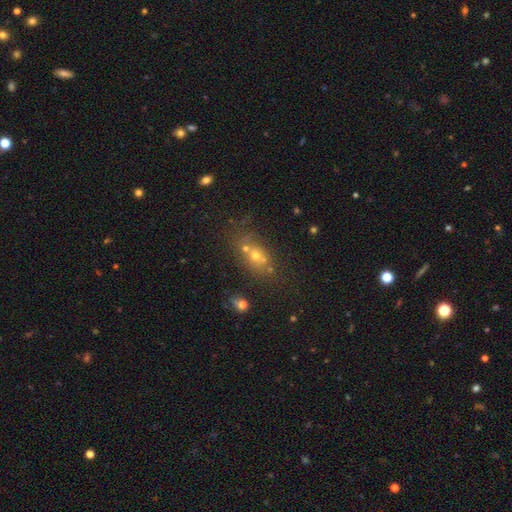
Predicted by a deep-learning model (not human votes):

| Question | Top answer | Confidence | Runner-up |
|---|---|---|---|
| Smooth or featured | smooth | 52% | star or artifact (26%) |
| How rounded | round | 49% | in between (46%) |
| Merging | none | 42% | merger (40%) |